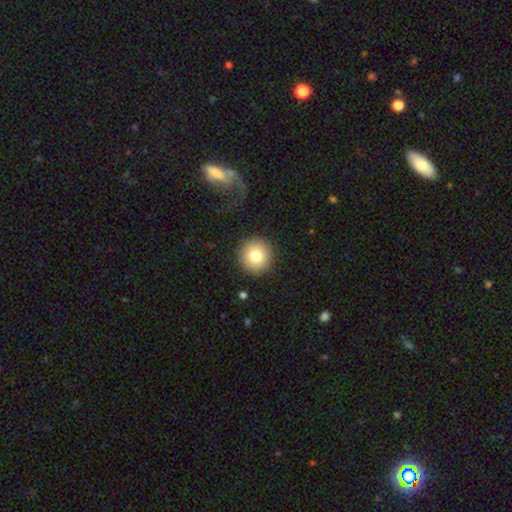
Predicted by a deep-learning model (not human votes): Smooth or featured?
  - smooth: 79% *
  - featured or disk: 12%
  - star or artifact: 10%
How rounded?
  - round: 95% *
  - in between: 4%
  - cigar-shaped: 1%
Merging?
  - none: 90% *
  - minor disturbance: 6%
  - major disturbance: 3%
  - merger: 1%